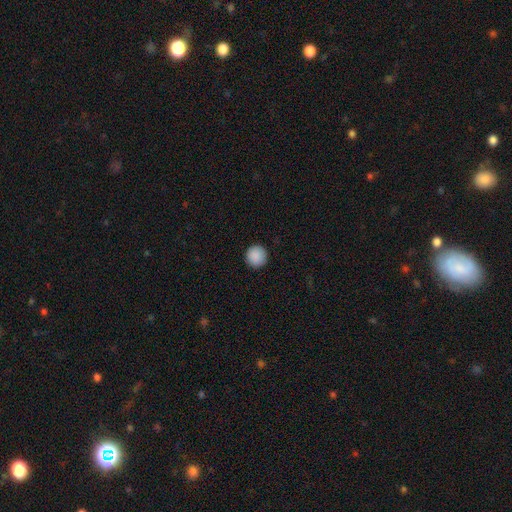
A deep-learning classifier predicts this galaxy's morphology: Q: Smooth or featured?
A: smooth (90%); runner-up: star or artifact (8%)
Q: How rounded?
A: round (95%); runner-up: in between (4%)
Q: Merging?
A: none (93%); runner-up: minor disturbance (5%)